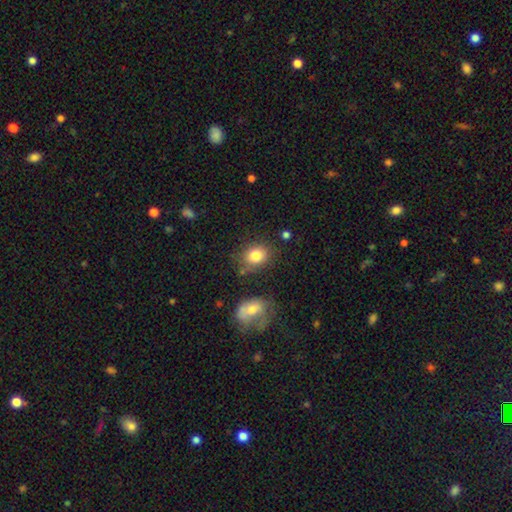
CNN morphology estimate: Smooth or featured?
  - smooth: 82% *
  - star or artifact: 9%
  - featured or disk: 8%
How rounded?
  - round: 54% *
  - in between: 45%
  - cigar-shaped: 1%
Merging?
  - none: 74% *
  - minor disturbance: 15%
  - merger: 7%
  - major disturbance: 5%